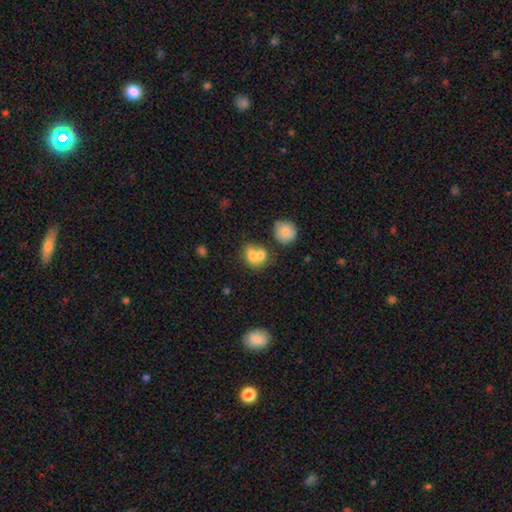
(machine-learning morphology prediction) Smooth or featured? smooth (70%)
How rounded? round (59%)
Merging? merger (63%)